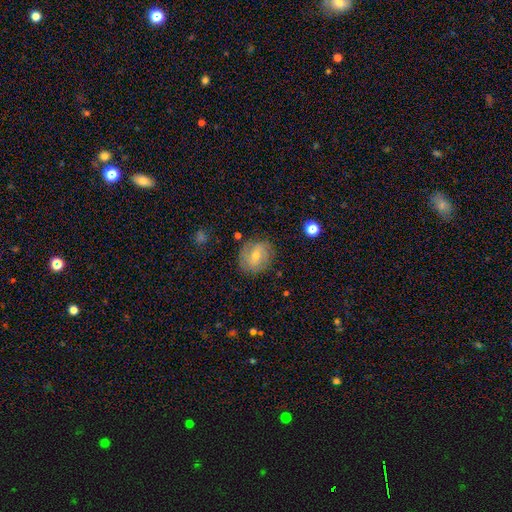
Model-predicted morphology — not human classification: Smooth or featured? featured or disk (48%)
Merging? none (80%)